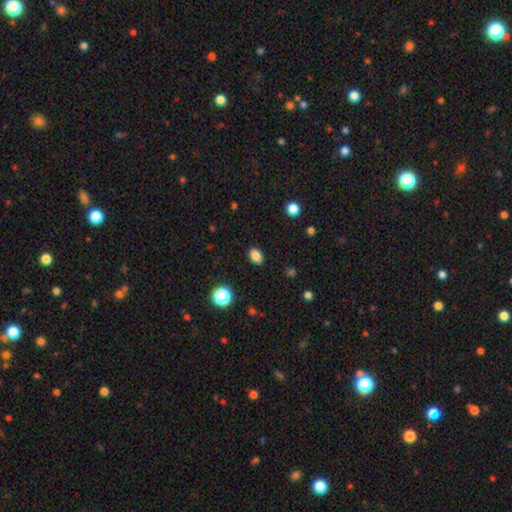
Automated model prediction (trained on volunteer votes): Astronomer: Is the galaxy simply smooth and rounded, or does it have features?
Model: smooth — 85%.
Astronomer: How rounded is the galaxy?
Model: in between — 83%.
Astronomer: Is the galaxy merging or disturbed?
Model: none — 88%.